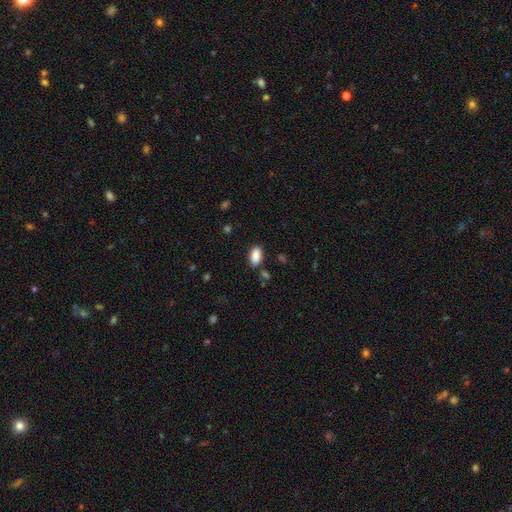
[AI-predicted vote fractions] smooth-or-featured: smooth: 88% | star or artifact: 8% | featured or disk: 4%
  how-rounded: in between: 93% | round: 4% | cigar-shaped: 3%
  merging: none: 82% | minor disturbance: 12% | merger: 3% | major disturbance: 3%